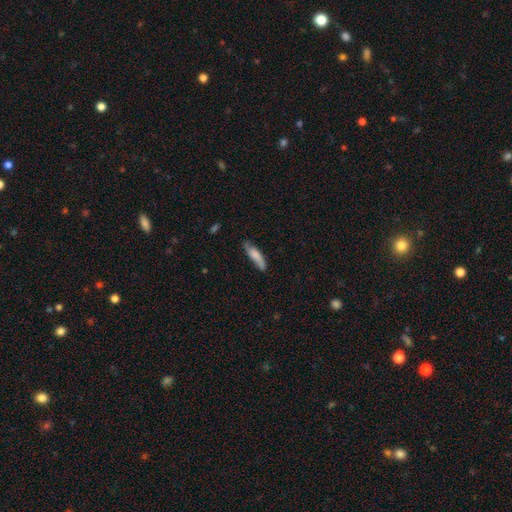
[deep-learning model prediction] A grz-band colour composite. It shows a smooth galaxy with no disk features (62%) that is cigar-shaped (70%). Merging: none (66%).